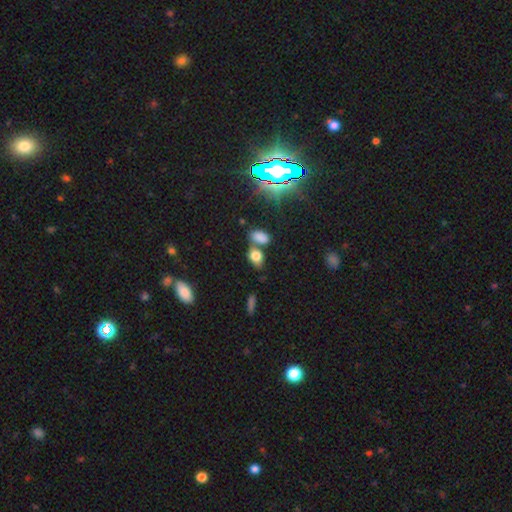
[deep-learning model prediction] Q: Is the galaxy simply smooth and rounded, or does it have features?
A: smooth — 76%.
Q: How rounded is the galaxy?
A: in between — 81%.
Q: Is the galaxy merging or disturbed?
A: none — 49%.